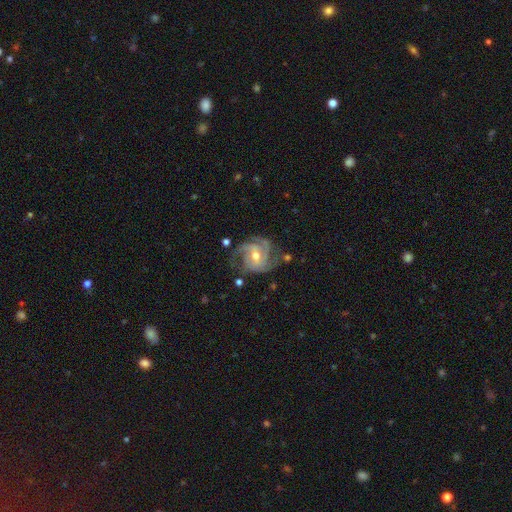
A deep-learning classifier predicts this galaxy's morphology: smooth_or_featured: featured or disk (p=0.87) [alt: smooth p=0.07]
disk_edge_on: no (p=0.98) [alt: yes p=0.02]
bar: no (p=0.48) [alt: weak p=0.40]
has_spiral_arms: yes (p=0.96) [alt: no p=0.04]
spiral_winding: medium (p=0.44) [tied with: tight p=0.44]
spiral_arm_count: 3 (p=0.41) [alt: 4 p=0.20]
bulge_size: moderate (p=0.64) [alt: small p=0.31]
merging: none (p=0.65) [alt: minor disturbance p=0.20]